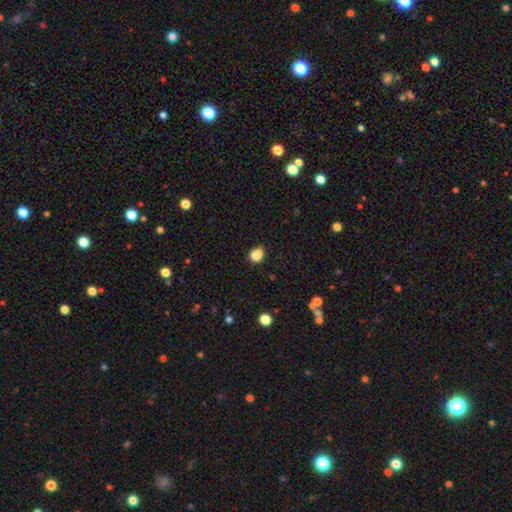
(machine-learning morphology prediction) Smooth or featured? smooth (81%)
How rounded? round (66%)
Merging? none (56%)